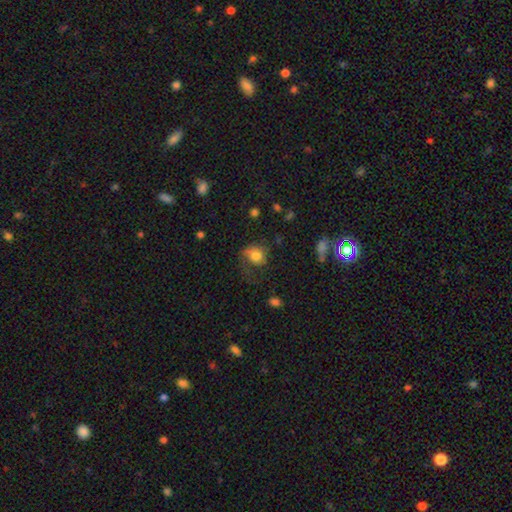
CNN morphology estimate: Smooth or featured: smooth — 70% (featured or disk — 20%)
How rounded: round — 67% (in between — 32%)
Merging: none — 42% (major disturbance — 31%)